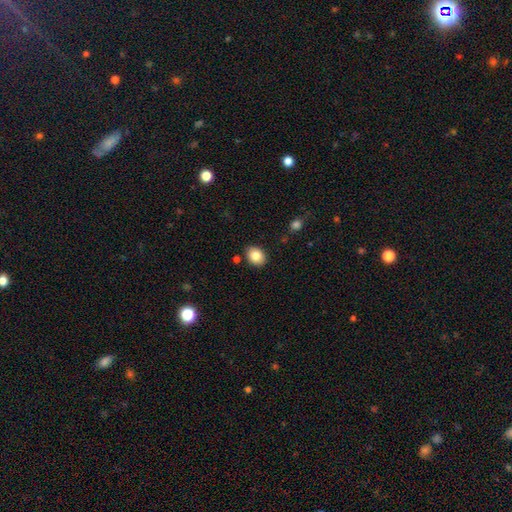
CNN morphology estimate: type=smooth (83%); roundness=in between (56%); merging=none (87%).